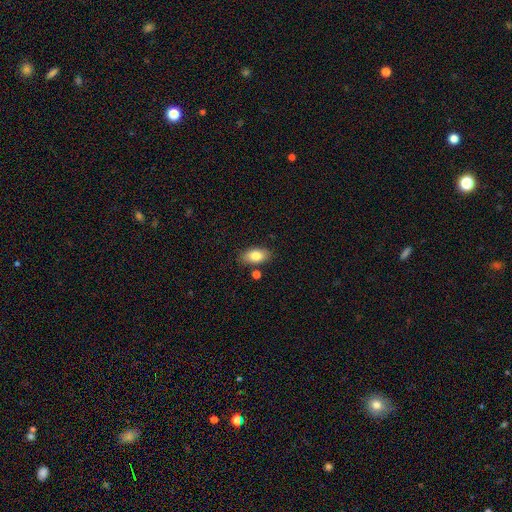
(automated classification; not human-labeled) A smooth galaxy with no disk features (83%) that is in between round and cigar-shaped (91%). Merging: none (79%).